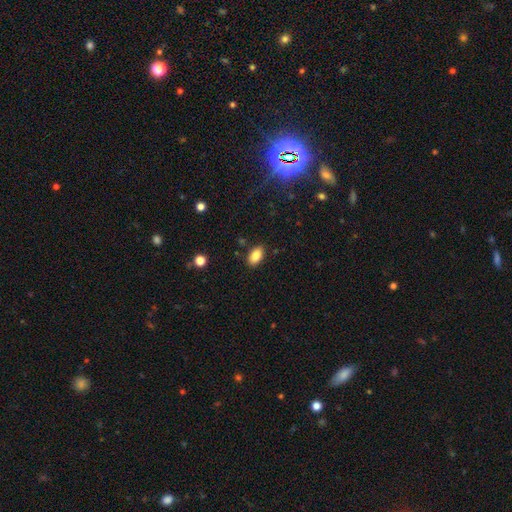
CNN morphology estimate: Q: Smooth or featured?
A: smooth (85%); runner-up: star or artifact (8%)
Q: How rounded?
A: in between (91%); runner-up: round (6%)
Q: Merging?
A: none (85%); runner-up: minor disturbance (11%)